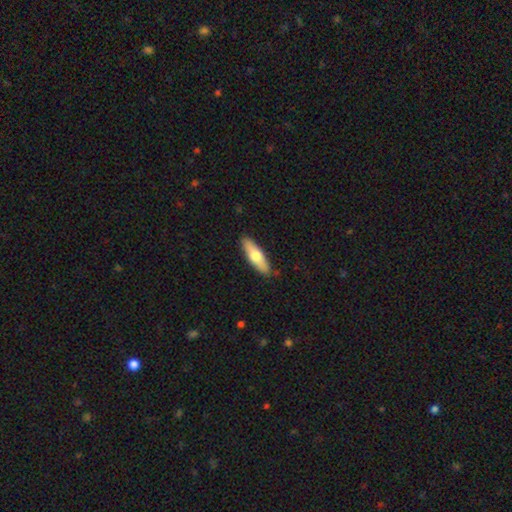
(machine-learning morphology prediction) Smooth or featured? smooth (64%)
How rounded? cigar-shaped (52%)
Merging? none (88%)